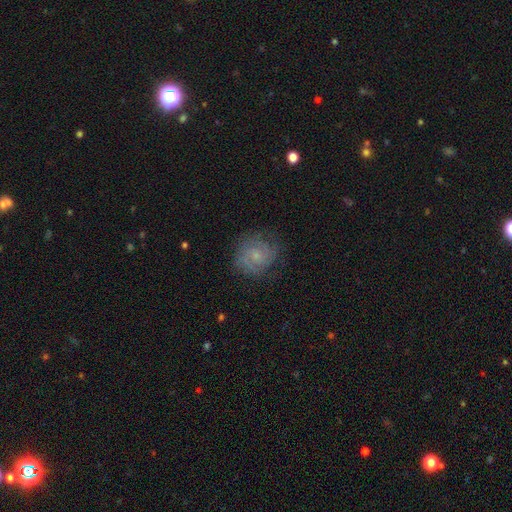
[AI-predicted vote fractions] smooth-or-featured: featured or disk: 60% | smooth: 30% | star or artifact: 10%
  disk-edge-on: no: 98% | yes: 2%
    bar: no: 72% | weak: 25% | strong: 3%
    has-spiral-arms: yes: 89% | no: 11%
      spiral-winding: tight: 57% | medium: 34% | loose: 10%
      spiral-arm-count: 2: 38% | can't tell: 35% | 3: 13% | 1: 5% | 4: 5% | more than 4: 4%
    bulge-size: small: 66% | moderate: 20% | none: 11% | large: 2% | dominant: 1%
  merging: none: 74% | minor disturbance: 17% | major disturbance: 8% | merger: 1%